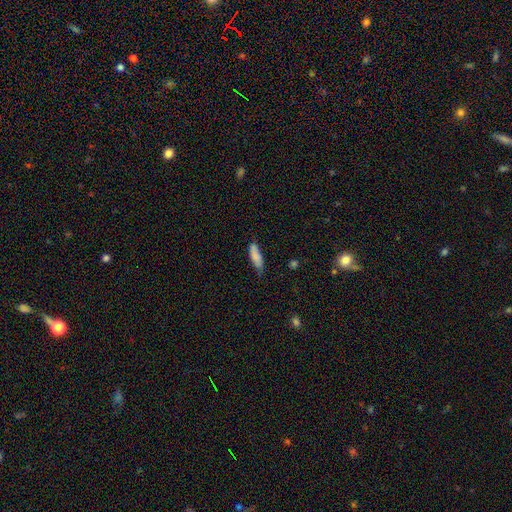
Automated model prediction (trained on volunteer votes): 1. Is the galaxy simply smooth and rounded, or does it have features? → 83% smooth, 11% featured or disk, 7% star or artifact.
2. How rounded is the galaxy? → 52% in between, 46% cigar-shaped, 2% round.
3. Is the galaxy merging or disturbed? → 64% none, 28% minor disturbance, 5% major disturbance, 2% merger.